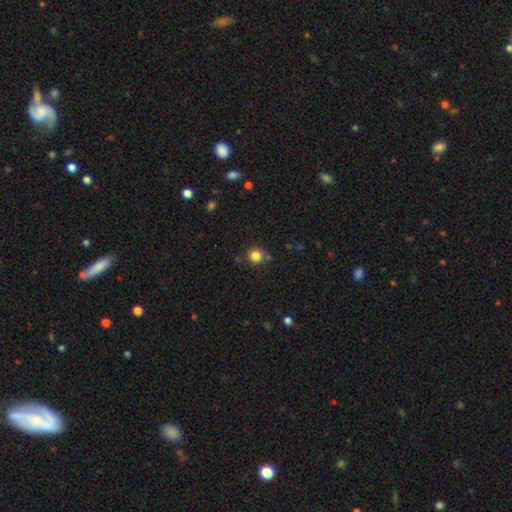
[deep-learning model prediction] Smooth or featured? Predicted: smooth (p=0.83). How rounded? Predicted: round (p=0.92). Merging? Predicted: none (p=0.82).